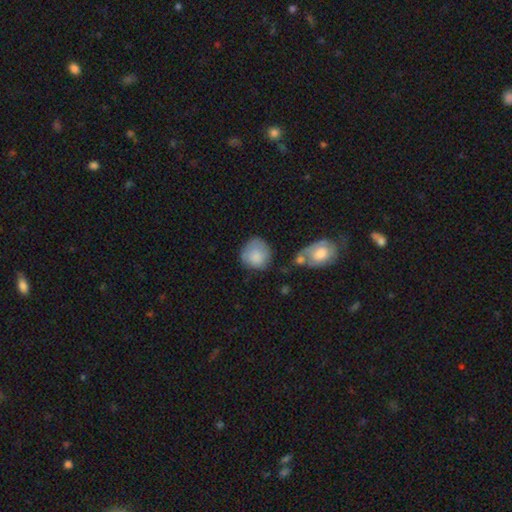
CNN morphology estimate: This appears to be a smooth galaxy with no disk features (81%) that is round (85%). Merging: none (58%).